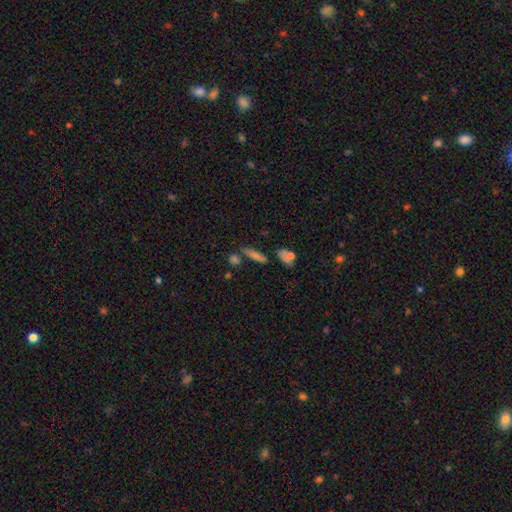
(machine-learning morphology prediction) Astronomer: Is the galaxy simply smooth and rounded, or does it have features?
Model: smooth — 56%.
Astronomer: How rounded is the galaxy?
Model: cigar-shaped — 68%.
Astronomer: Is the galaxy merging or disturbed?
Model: none — 68%.